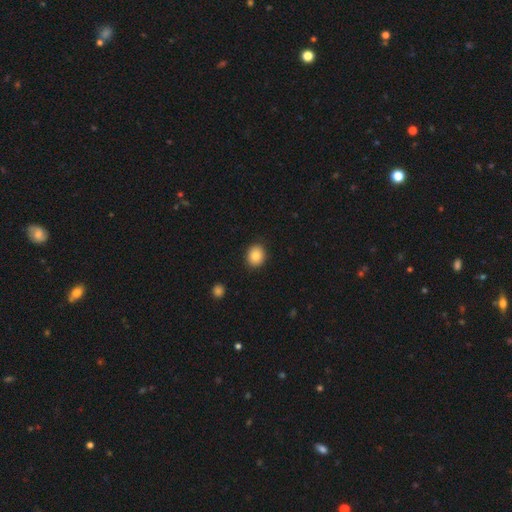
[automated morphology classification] A smooth galaxy with no disk features (85%) that is round (61%). Merging: none (90%).